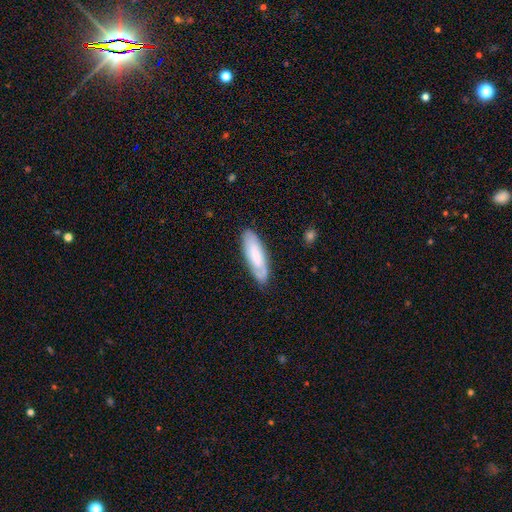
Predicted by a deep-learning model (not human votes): Smooth or featured? smooth (59%)
How rounded? in between (52%)
Merging? none (80%)